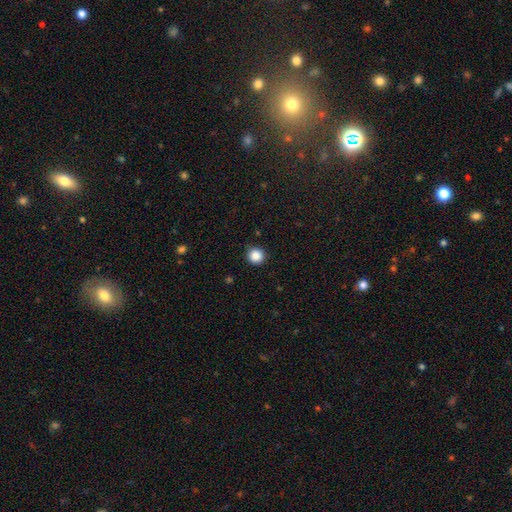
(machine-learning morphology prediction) smooth-or-featured: smooth: 87% | star or artifact: 10% | featured or disk: 3%
  how-rounded: round: 95% | in between: 4% | cigar-shaped: 1%
  merging: none: 91% | minor disturbance: 6% | major disturbance: 2% | merger: 1%